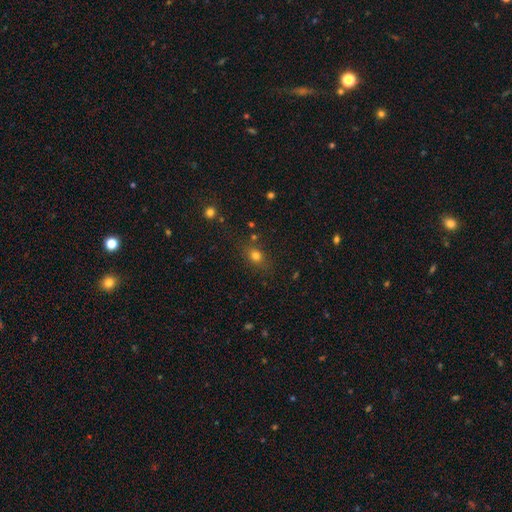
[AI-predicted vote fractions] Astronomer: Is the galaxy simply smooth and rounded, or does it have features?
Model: smooth — 76%.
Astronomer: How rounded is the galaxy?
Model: in between — 49%, tied with round at 49%.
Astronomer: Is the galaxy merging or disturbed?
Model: none — 77%.